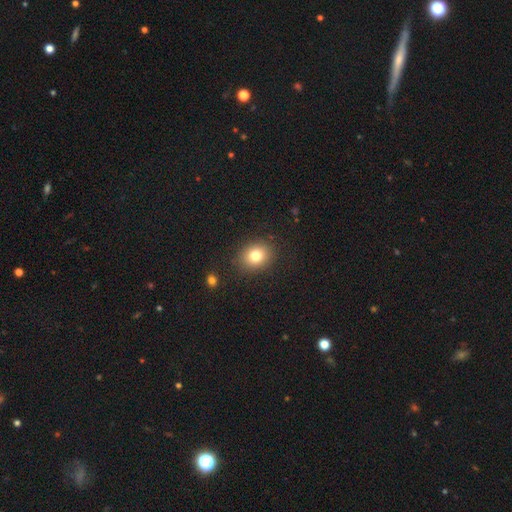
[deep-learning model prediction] This is likely a smooth galaxy (79%). How rounded: likely round (65%). Merging: clearly none (87%).